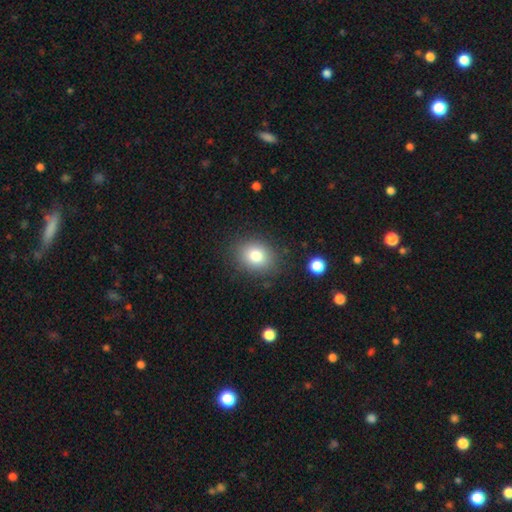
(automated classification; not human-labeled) Q: Smooth or featured?
A: smooth (80%); runner-up: star or artifact (11%)
Q: How rounded?
A: round (51%); runner-up: in between (48%)
Q: Merging?
A: none (84%); runner-up: minor disturbance (11%)